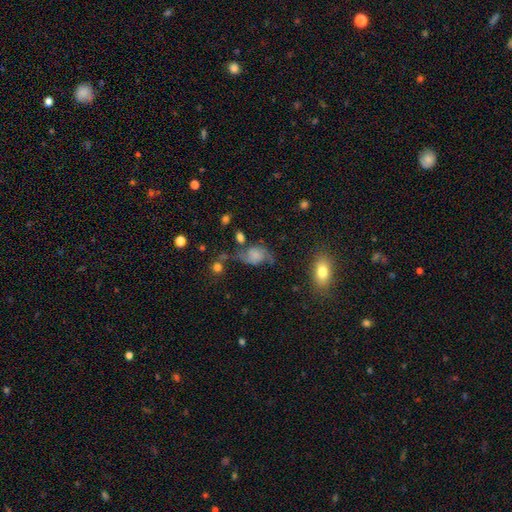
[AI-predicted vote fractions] Smooth or featured? Predicted: featured or disk (p=0.58). Edge-on disk? Predicted: no (p=0.97). Bar? Predicted: no (p=0.70). Spiral arms? Predicted: yes (p=0.89). Bulge size? Predicted: none (p=0.37). Merging? Predicted: none (p=0.44).